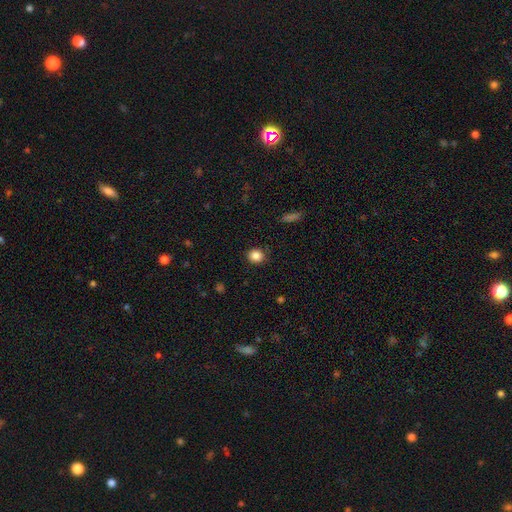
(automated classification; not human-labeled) This is clearly a smooth galaxy (86%). How rounded: clearly round (83%). Merging: clearly none (89%).